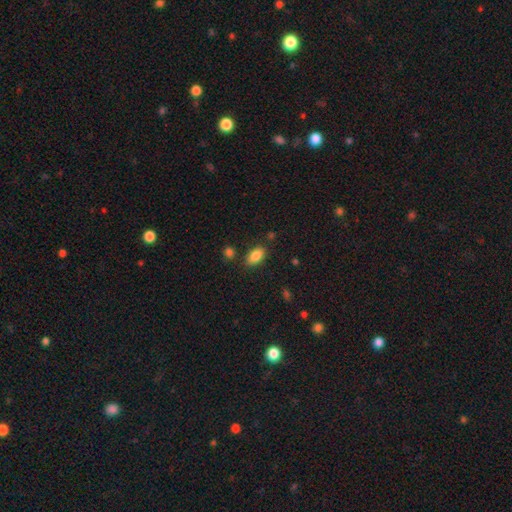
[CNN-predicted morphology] This is clearly a smooth galaxy (86%). How rounded: clearly in between (91%). Merging: clearly none (81%).